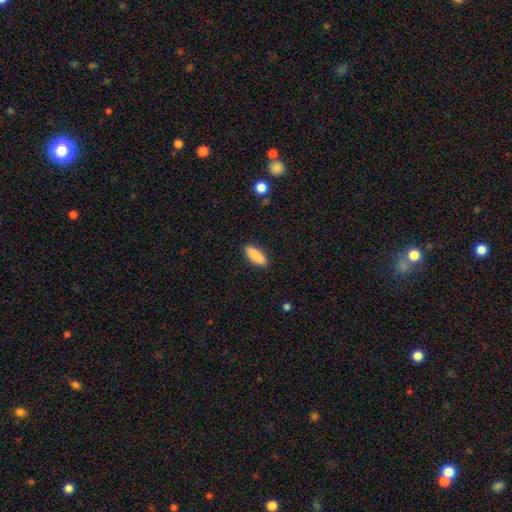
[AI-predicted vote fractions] Smooth or featured: smooth — 89% (star or artifact — 6%)
How rounded: in between — 71% (cigar-shaped — 28%)
Merging: none — 89% (minor disturbance — 8%)